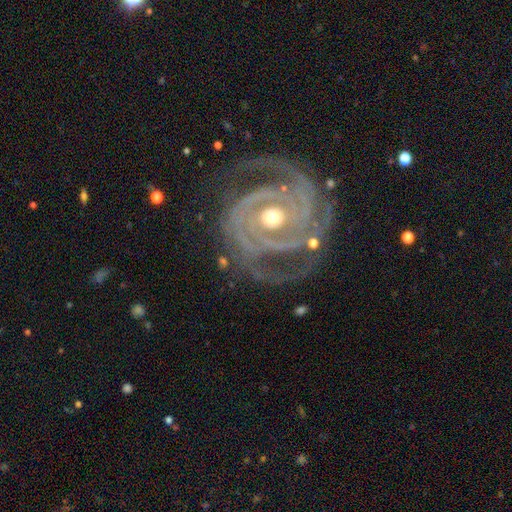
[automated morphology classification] A featured or disk galaxy (93%) with no bar (47%), 2 (32%) tight (73%) spiral arms (98%) and a moderate central bulge (61%).

Vote fractions:
- Smooth or featured? featured or disk: 93% / star or artifact: 5% / smooth: 3%
- Edge-on disk? no: 98% / yes: 2%
- Bar? no: 47% / weak: 30% / strong: 23%
- Spiral arms? yes: 98% / no: 2%
- Spiral winding? tight: 73% / medium: 24% / loose: 3%
- Spiral arm count? 2: 32% / 3: 31% / 4: 12% / can't tell: 11% / more than 4: 7% / 1: 7%
- Bulge size? moderate: 61% / small: 34% / large: 3% / none: 1% / dominant: 1%
- Merging? none: 73% / minor disturbance: 17% / major disturbance: 8% / merger: 2%